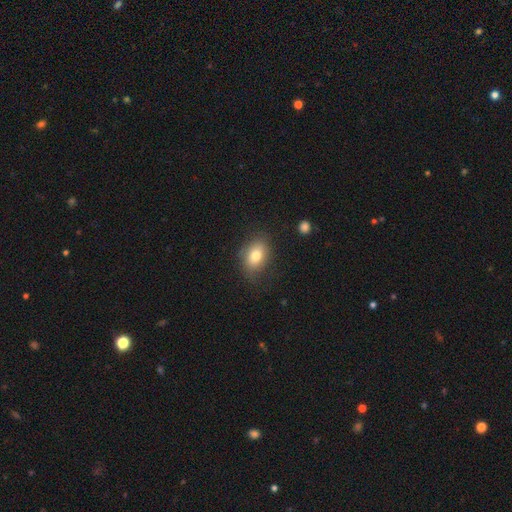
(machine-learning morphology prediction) smooth-or-featured: smooth: 78% | featured or disk: 13% | star or artifact: 9%
  how-rounded: in between: 80% | round: 19% | cigar-shaped: 2%
  merging: none: 79% | minor disturbance: 14% | major disturbance: 5% | merger: 2%